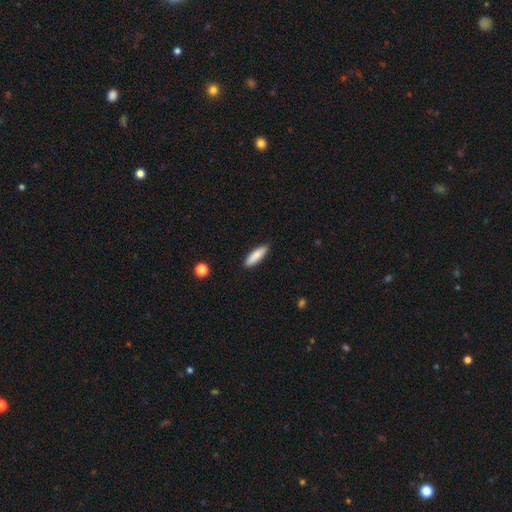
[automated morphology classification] smooth_or_featured: smooth (p=0.86) [alt: featured or disk p=0.09]
how_rounded: cigar-shaped (p=0.63) [alt: in between p=0.35]
merging: none (p=0.88) [alt: minor disturbance p=0.09]